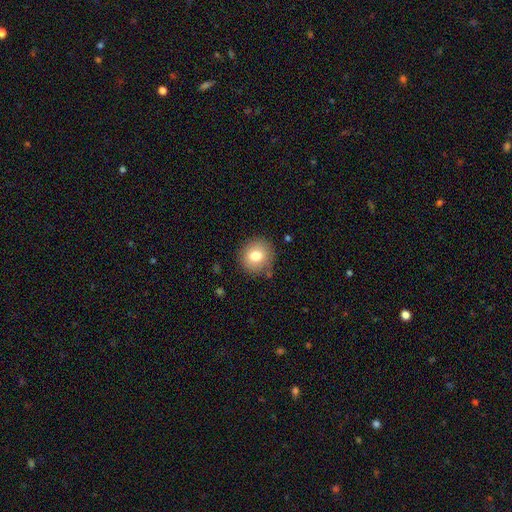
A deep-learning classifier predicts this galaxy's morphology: Smooth or featured? smooth (78%)
How rounded? round (89%)
Merging? none (85%)